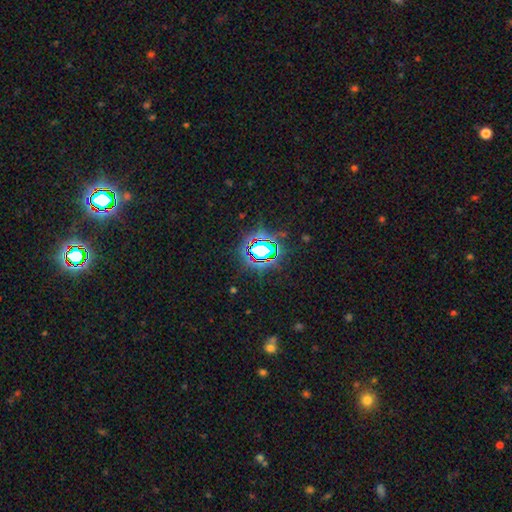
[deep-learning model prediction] smooth_or_featured: star or artifact (p=0.76) [alt: smooth p=0.15]